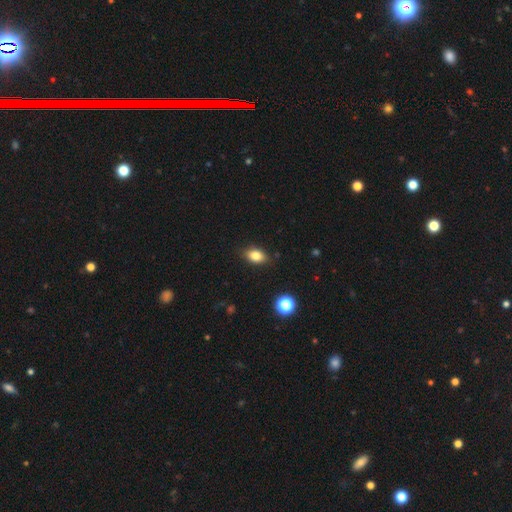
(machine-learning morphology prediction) A smooth galaxy with no disk features (81%) that is in between round and cigar-shaped (83%). Merging: none (85%).